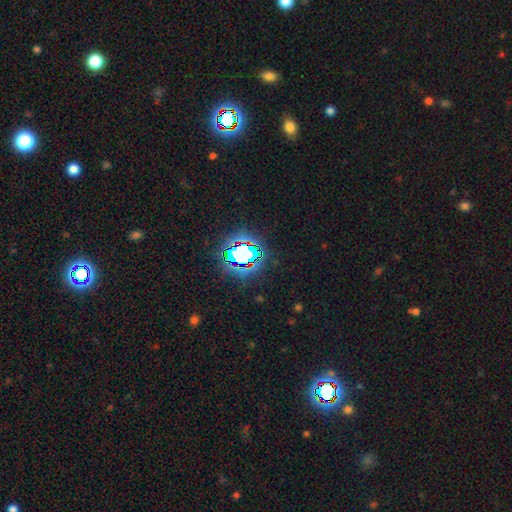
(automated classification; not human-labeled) smooth-or-featured: star or artifact: 81% | smooth: 12% | featured or disk: 7%